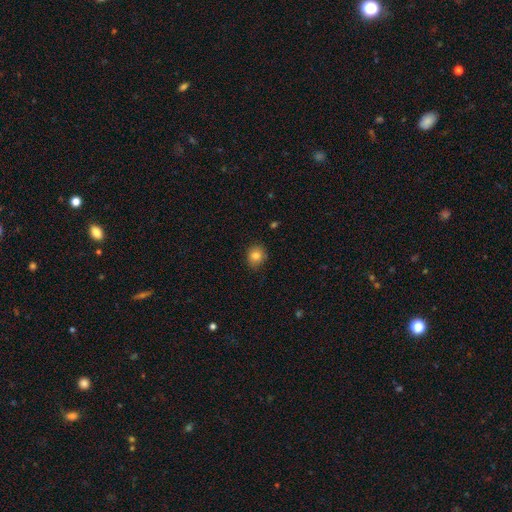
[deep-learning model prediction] This appears to be a smooth galaxy with no disk features (81%) that is round (74%). Merging: none (83%).